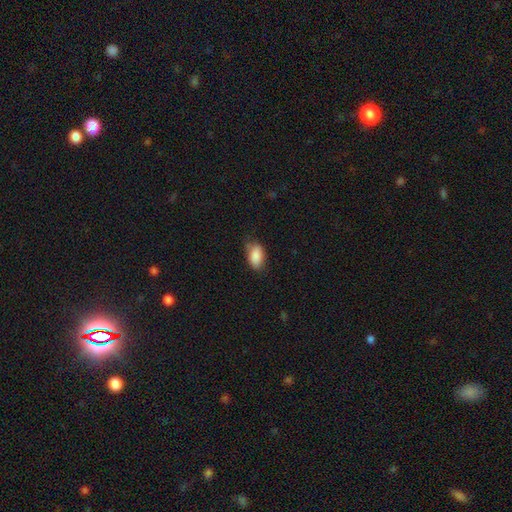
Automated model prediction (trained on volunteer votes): smooth-or-featured: smooth: 87% | star or artifact: 7% | featured or disk: 6%
  how-rounded: in between: 92% | round: 5% | cigar-shaped: 3%
  merging: none: 61% | minor disturbance: 30% | major disturbance: 7% | merger: 2%